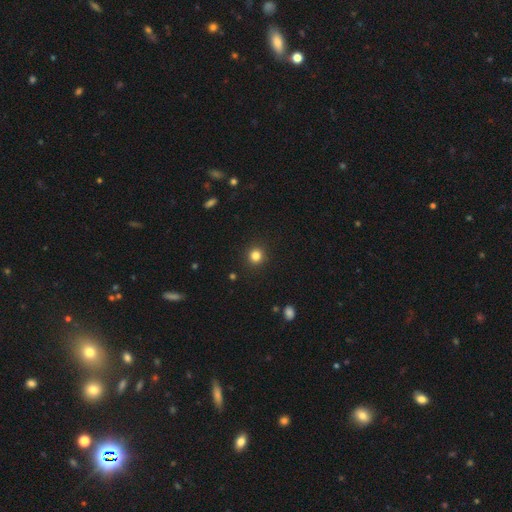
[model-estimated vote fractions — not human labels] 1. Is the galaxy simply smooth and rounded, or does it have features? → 83% smooth, 12% star or artifact, 5% featured or disk.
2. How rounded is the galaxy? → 91% round, 8% in between, 1% cigar-shaped.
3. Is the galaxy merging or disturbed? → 91% none, 6% minor disturbance, 2% major disturbance, 1% merger.